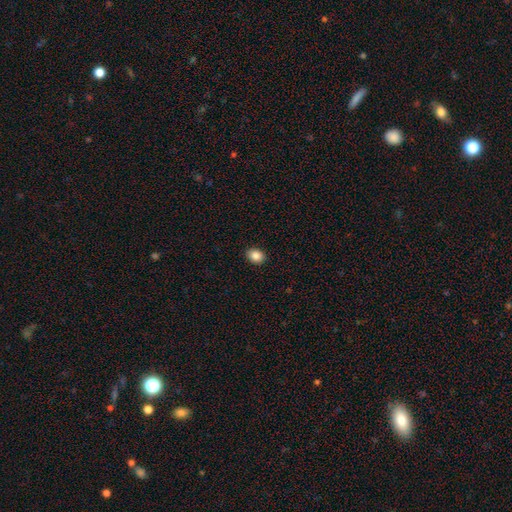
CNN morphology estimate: type=smooth (86%); roundness=in between (57%); merging=none (91%).